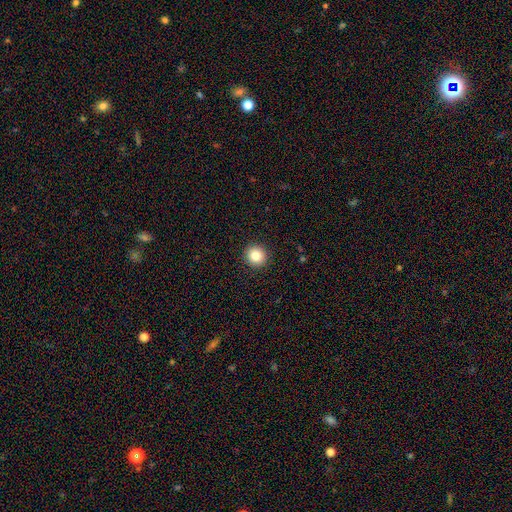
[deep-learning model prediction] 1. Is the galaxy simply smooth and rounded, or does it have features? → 84% smooth, 10% star or artifact, 6% featured or disk.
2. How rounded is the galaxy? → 93% round, 6% in between, 1% cigar-shaped.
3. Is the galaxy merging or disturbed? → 93% none, 5% minor disturbance, 2% major disturbance, 1% merger.